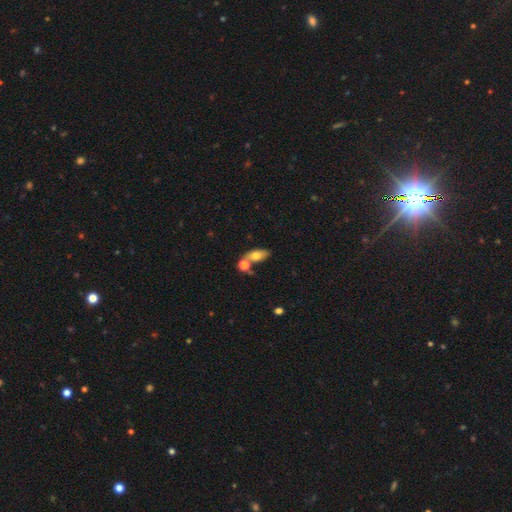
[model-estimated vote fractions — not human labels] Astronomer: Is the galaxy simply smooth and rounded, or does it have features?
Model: smooth — 70%.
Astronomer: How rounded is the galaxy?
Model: in between — 83%.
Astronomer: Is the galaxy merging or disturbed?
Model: none — 55%.